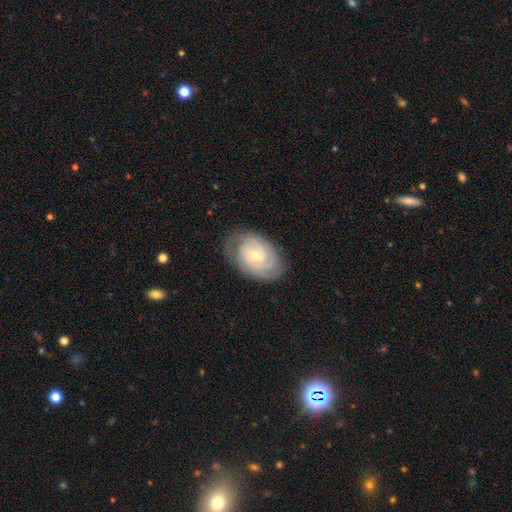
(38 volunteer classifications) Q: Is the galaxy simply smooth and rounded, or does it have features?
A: featured or disk — 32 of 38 (84%).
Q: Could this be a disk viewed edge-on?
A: no — 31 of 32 (97%).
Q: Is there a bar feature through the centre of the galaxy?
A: no — 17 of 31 (55%).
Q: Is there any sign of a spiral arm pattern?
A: yes — 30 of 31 (97%).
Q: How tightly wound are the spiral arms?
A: tight — 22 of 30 (73%).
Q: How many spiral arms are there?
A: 3 — 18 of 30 (60%).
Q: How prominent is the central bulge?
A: moderate — 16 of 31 (52%).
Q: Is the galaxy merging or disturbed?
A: none — 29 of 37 (78%).